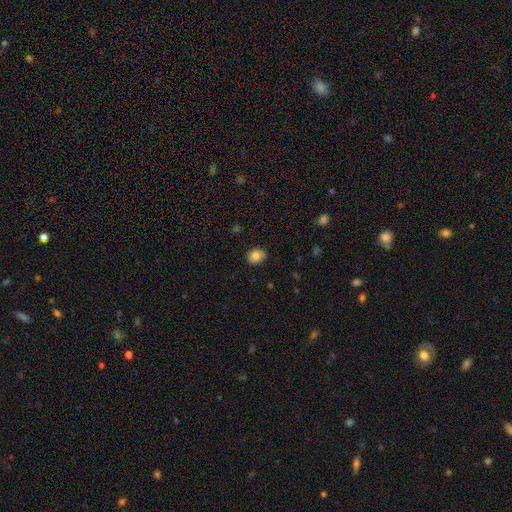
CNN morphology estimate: smooth_or_featured: smooth (p=0.81) [alt: featured or disk p=0.10]
how_rounded: in between (p=0.54) [alt: round p=0.45]
merging: none (p=0.83) [alt: minor disturbance p=0.14]